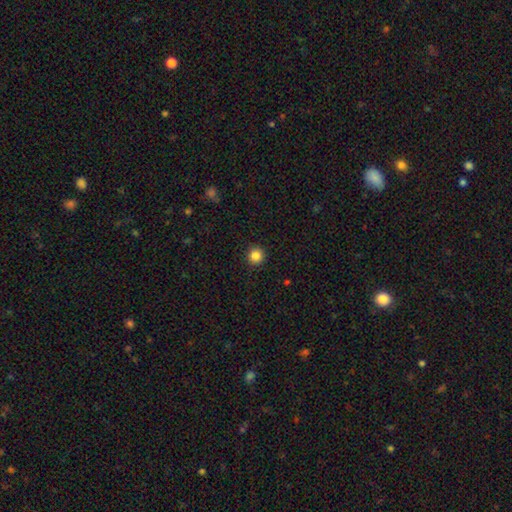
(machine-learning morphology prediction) Q: Smooth or featured?
A: smooth (85%); runner-up: star or artifact (11%)
Q: How rounded?
A: round (95%); runner-up: in between (4%)
Q: Merging?
A: none (92%); runner-up: minor disturbance (5%)